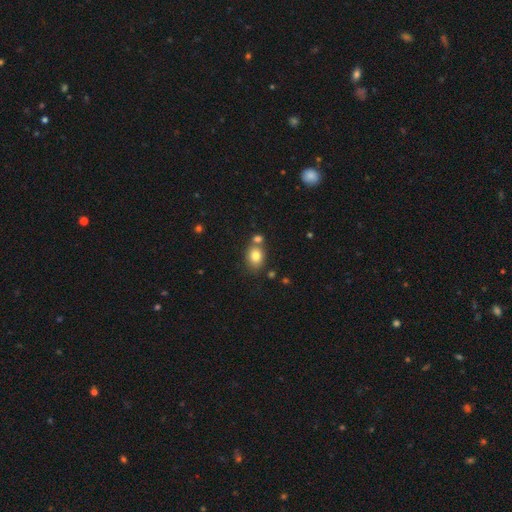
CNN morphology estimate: smooth-or-featured: smooth: 80% | featured or disk: 10% | star or artifact: 10%
  how-rounded: in between: 57% | round: 42% | cigar-shaped: 1%
  merging: none: 57% | merger: 27% | minor disturbance: 12% | major disturbance: 3%